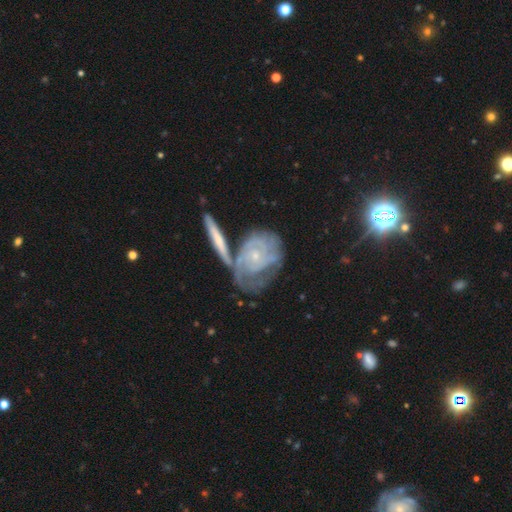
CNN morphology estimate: This appears to be a featured or disk galaxy (80%) with no bar (76%), tight (70%) spiral arms (90%) and a small central bulge (78%). Merging: none (42%).